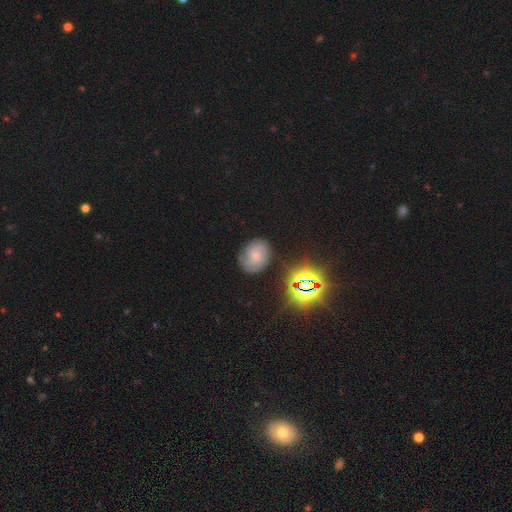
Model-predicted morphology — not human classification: Smooth or featured: featured or disk — 57% (smooth — 27%)
Edge-on disk: no — 97% (yes — 3%)
Bar: no — 71% (weak — 25%)
Spiral arms: yes — 90% (no — 10%)
Bulge size: small — 58% (moderate — 27%)
Merging: none — 73% (minor disturbance — 19%)